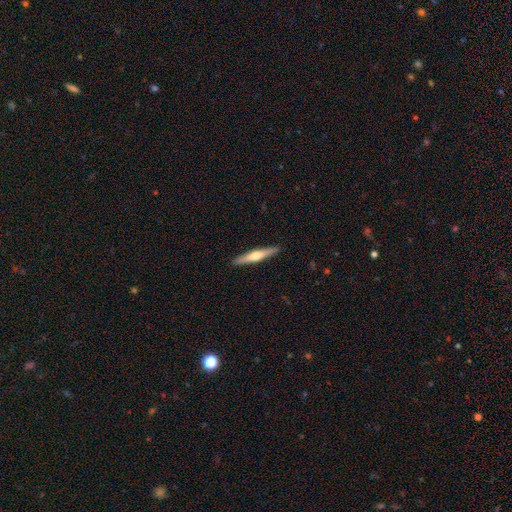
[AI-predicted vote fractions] smooth_or_featured: featured or disk (p=0.57) [alt: smooth p=0.38]
disk_edge_on: yes (p=0.97) [alt: no p=0.03]
edge_on_bulge: rounded (p=0.88) [alt: none p=0.07]
merging: none (p=0.92) [alt: minor disturbance p=0.06]